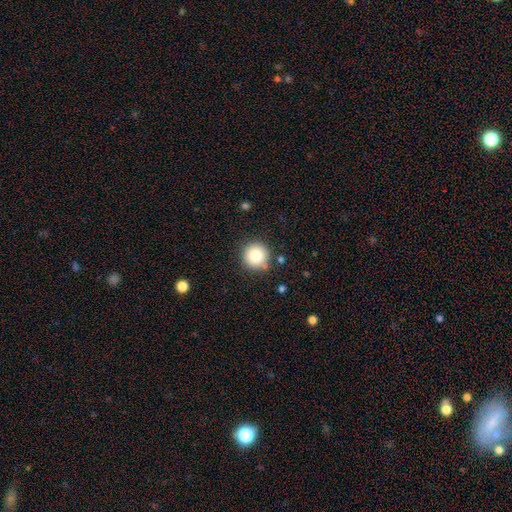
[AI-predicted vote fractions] Overall: smooth (84%). How rounded: round (95%). Merging: none (86%).